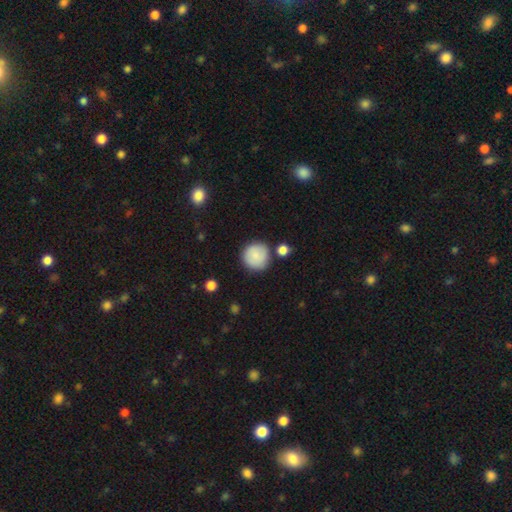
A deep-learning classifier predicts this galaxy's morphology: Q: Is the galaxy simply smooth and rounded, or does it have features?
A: smooth — 84%.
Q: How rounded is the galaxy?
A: round — 94%.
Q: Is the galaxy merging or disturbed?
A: none — 79%.